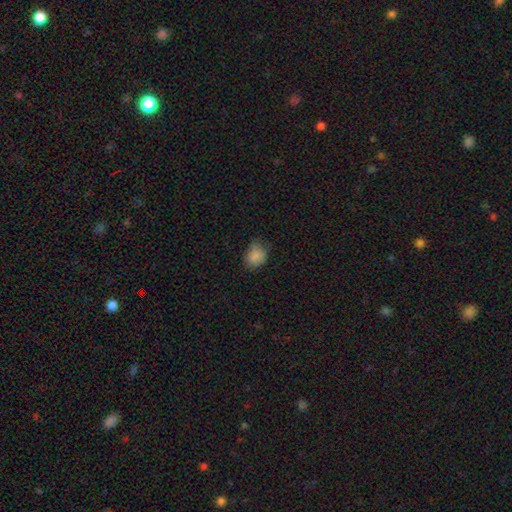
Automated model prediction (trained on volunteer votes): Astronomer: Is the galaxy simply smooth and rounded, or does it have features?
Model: smooth — 84%.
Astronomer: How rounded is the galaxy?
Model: in between — 50% (runner-up: round, 49%).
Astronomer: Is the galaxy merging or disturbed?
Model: none — 59%.